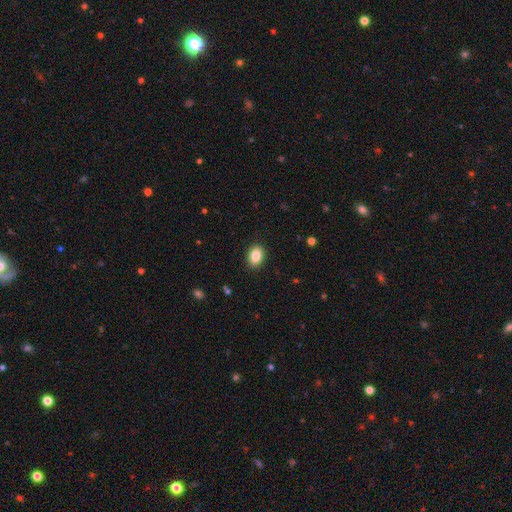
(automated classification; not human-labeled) This appears to be a smooth galaxy with no disk features (86%) that is in between round and cigar-shaped (80%). Merging: none (89%).